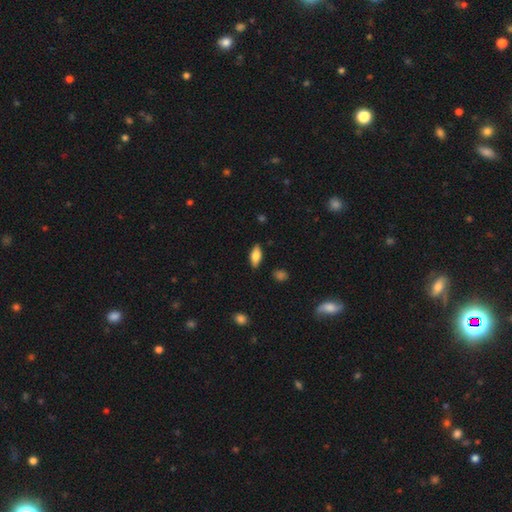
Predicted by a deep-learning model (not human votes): Smooth or featured?
  - smooth: 74% *
  - featured or disk: 19%
  - star or artifact: 7%
How rounded?
  - in between: 82% *
  - cigar-shaped: 15%
  - round: 3%
Merging?
  - none: 86% *
  - minor disturbance: 11%
  - major disturbance: 2%
  - merger: 1%